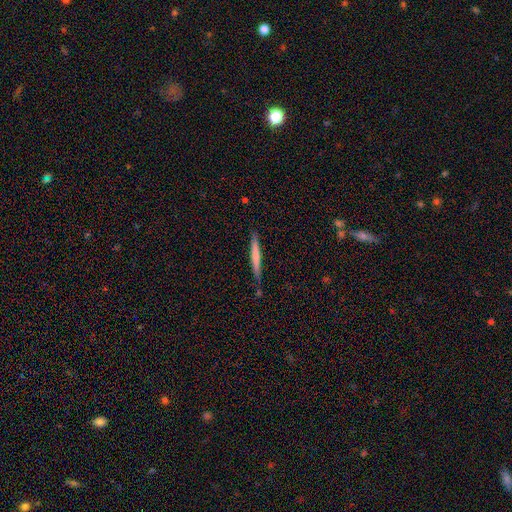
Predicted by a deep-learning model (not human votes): Smooth or featured?
  - smooth: 61% *
  - featured or disk: 34%
  - star or artifact: 5%
How rounded?
  - cigar-shaped: 96% *
  - in between: 2%
  - round: 1%
Merging?
  - none: 84% *
  - minor disturbance: 12%
  - merger: 2%
  - major disturbance: 2%